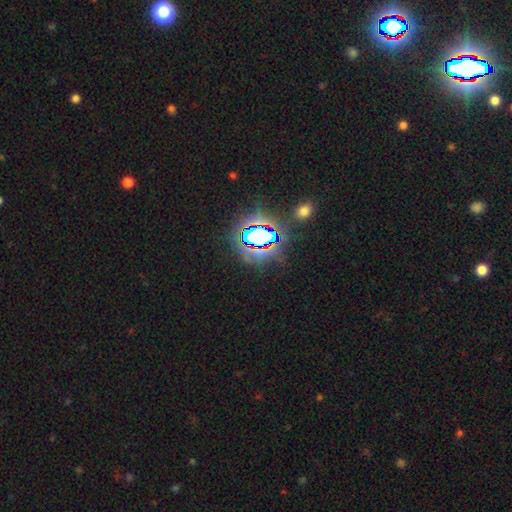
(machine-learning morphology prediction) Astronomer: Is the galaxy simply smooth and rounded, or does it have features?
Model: star or artifact — 83%.